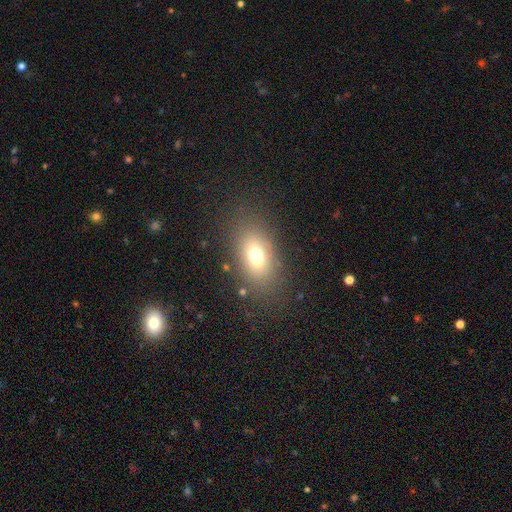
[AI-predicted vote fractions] Smooth or featured? Predicted: smooth (p=0.70). How rounded? Predicted: in between (p=0.80). Merging? Predicted: none (p=0.79).